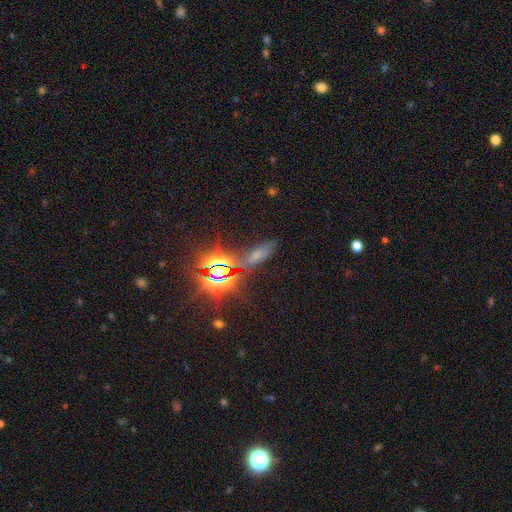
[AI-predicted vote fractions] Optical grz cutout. It shows a star or artifact, not a galaxy (47%).